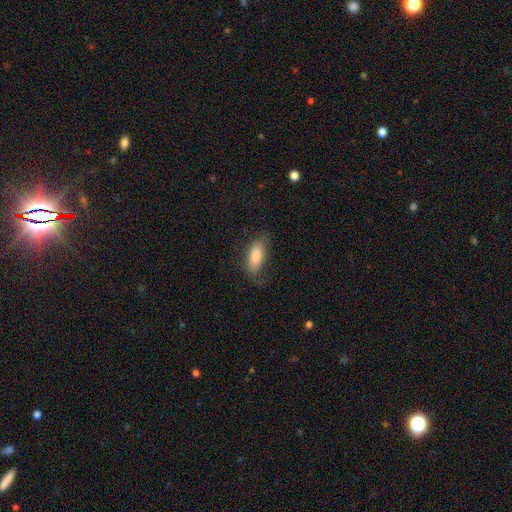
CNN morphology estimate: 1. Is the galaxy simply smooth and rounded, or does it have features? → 77% smooth, 16% featured or disk, 7% star or artifact.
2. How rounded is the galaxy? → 72% in between, 25% cigar-shaped, 2% round.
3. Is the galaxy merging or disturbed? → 66% none, 24% minor disturbance, 10% major disturbance, 1% merger.